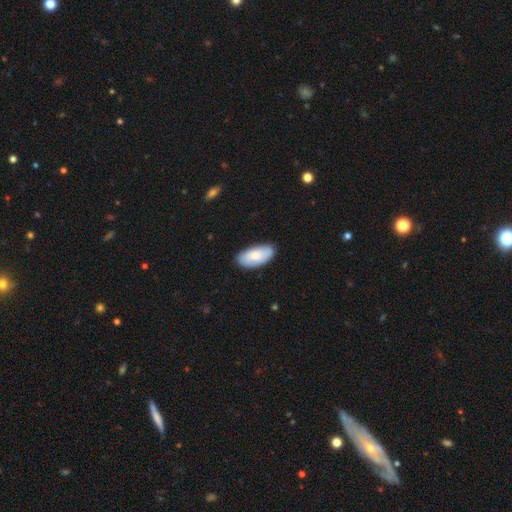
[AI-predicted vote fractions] smooth-or-featured: smooth: 73% | featured or disk: 21% | star or artifact: 6%
  how-rounded: in between: 93% | cigar-shaped: 5% | round: 2%
  merging: none: 81% | minor disturbance: 15% | major disturbance: 3% | merger: 1%